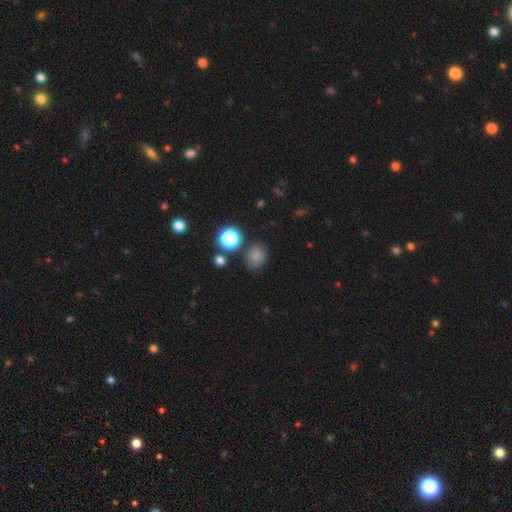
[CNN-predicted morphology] This appears to be a smooth galaxy with no disk features (77%) that is round (52%). Merging: none (76%).